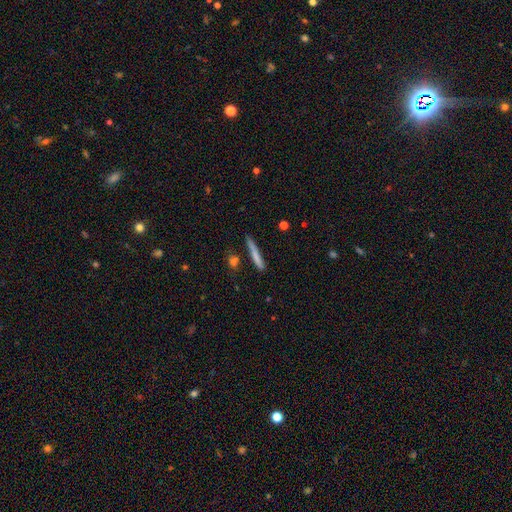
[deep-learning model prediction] The model was most divided on "smooth or featured": smooth: 72%, featured or disk: 22%, star or artifact: 6%. More confident: how rounded — cigar-shaped (95%); merging — none (78%).